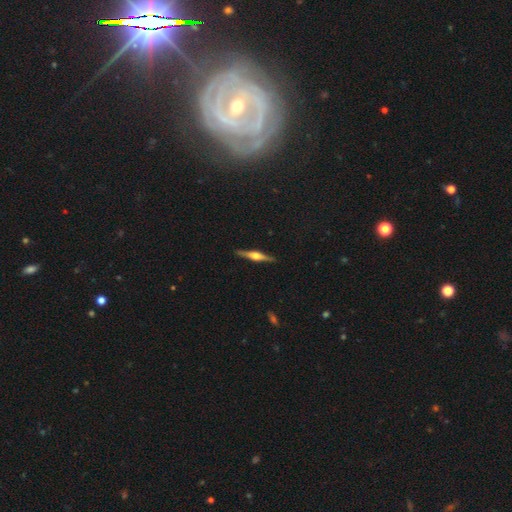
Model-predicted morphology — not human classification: A featured or disk galaxy (77%) viewed edge-on (98%) with a rounded central bulge (88%).

Vote fractions:
- Smooth or featured? featured or disk: 77% / smooth: 17% / star or artifact: 5%
- Edge-on disk? yes: 98% / no: 2%
- Edge-on bulge? rounded: 88% / boxy: 9% / none: 3%
- Merging? none: 90% / minor disturbance: 7% / major disturbance: 1% / merger: 1%